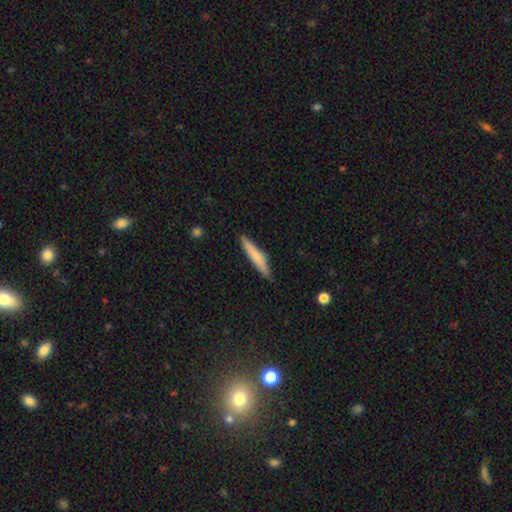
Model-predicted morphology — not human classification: Q: Smooth or featured?
A: smooth (69%); runner-up: featured or disk (25%)
Q: How rounded?
A: cigar-shaped (93%); runner-up: in between (6%)
Q: Merging?
A: none (86%); runner-up: minor disturbance (11%)